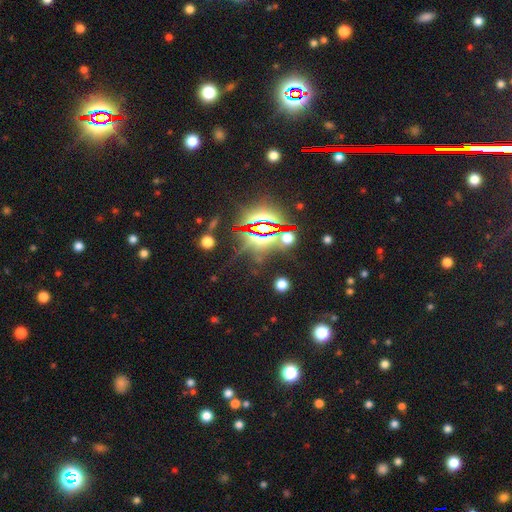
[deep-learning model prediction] star or artifact 83%, smooth 10%, featured or disk 8%.